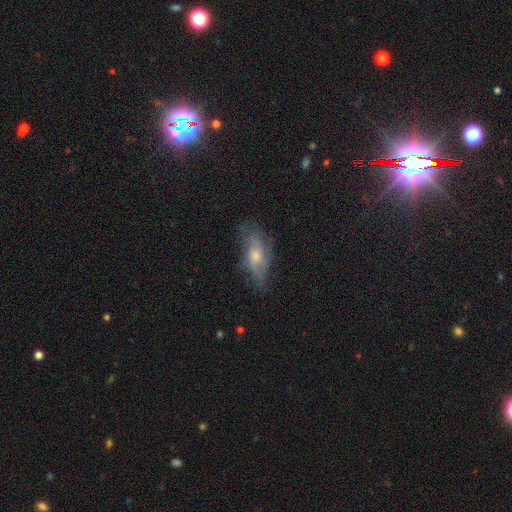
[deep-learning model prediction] smooth-or-featured: featured or disk: 52% | smooth: 37% | star or artifact: 10%
  disk-edge-on: no: 76% | yes: 24%
  merging: none: 57% | minor disturbance: 27% | major disturbance: 14% | merger: 2%